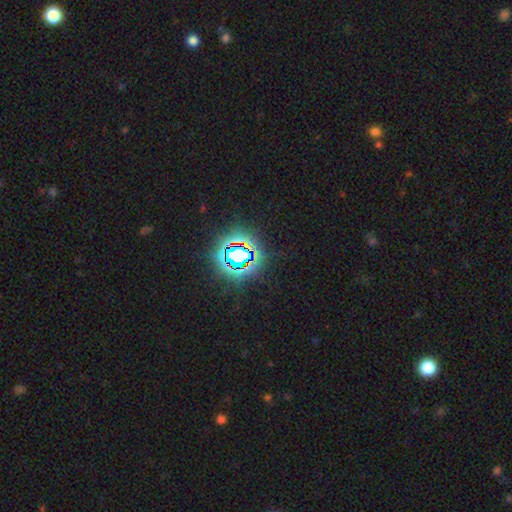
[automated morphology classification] smooth-or-featured: star or artifact: 81% | smooth: 12% | featured or disk: 7%